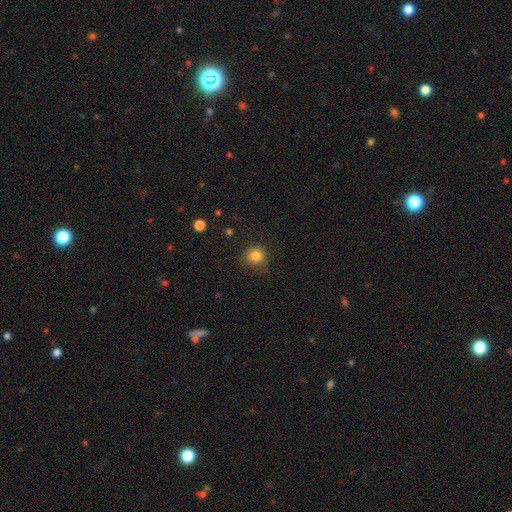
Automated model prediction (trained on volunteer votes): Smooth or featured?
  - smooth: 83% *
  - star or artifact: 12%
  - featured or disk: 5%
How rounded?
  - round: 89% *
  - in between: 10%
  - cigar-shaped: 1%
Merging?
  - none: 78% *
  - minor disturbance: 16%
  - major disturbance: 4%
  - merger: 1%